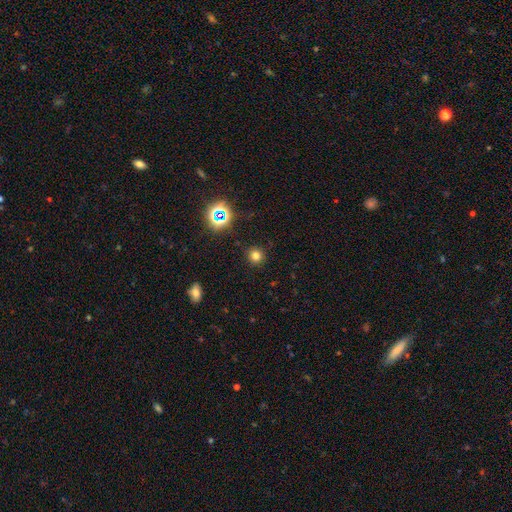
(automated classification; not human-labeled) A smooth galaxy with no disk features (75%) that is round (93%). Merging: none (90%).